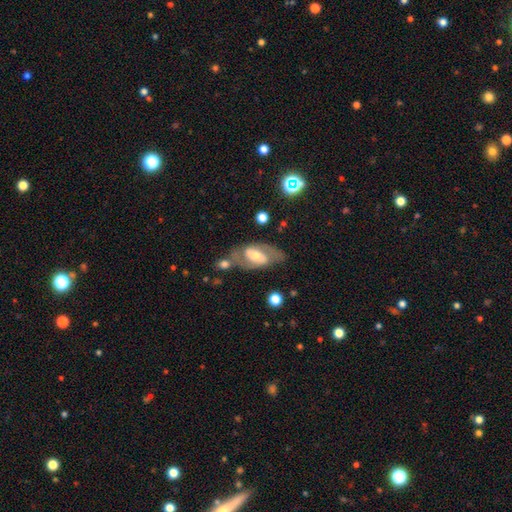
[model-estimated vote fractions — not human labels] Smooth or featured: featured or disk — 71% (smooth — 22%)
Edge-on disk: no — 92% (yes — 8%)
Bar: weak — 39% (no — 37%)
Spiral arms: yes — 74% (no — 26%)
Bulge size: moderate — 59% (small — 28%)
Merging: none — 62% (minor disturbance — 18%)